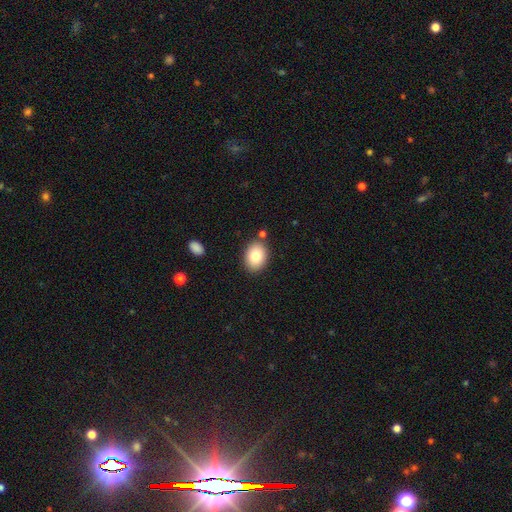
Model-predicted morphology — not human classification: type=smooth (82%); roundness=in between (71%); merging=none (84%).